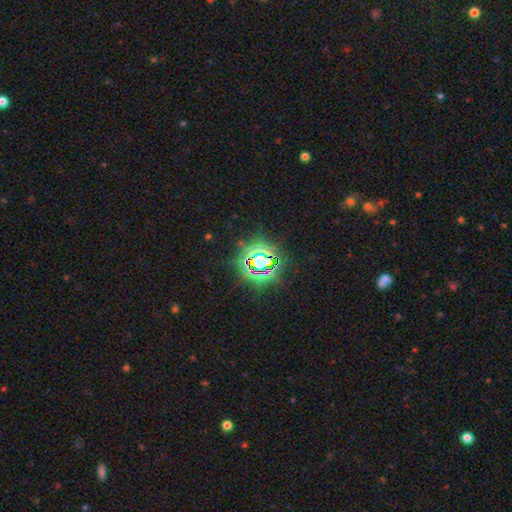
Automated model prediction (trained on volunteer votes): The model was most divided on "smooth or featured": star or artifact: 81%, smooth: 11%, featured or disk: 8%.